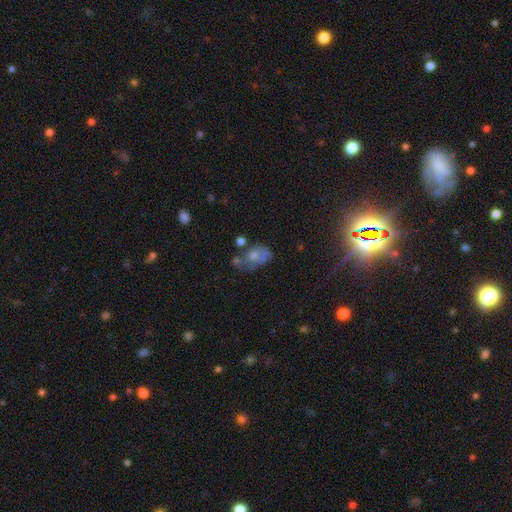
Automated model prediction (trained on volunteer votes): Overall: smooth (48%; featured or disk 38%). Merging: none (29%; major disturbance 26%).